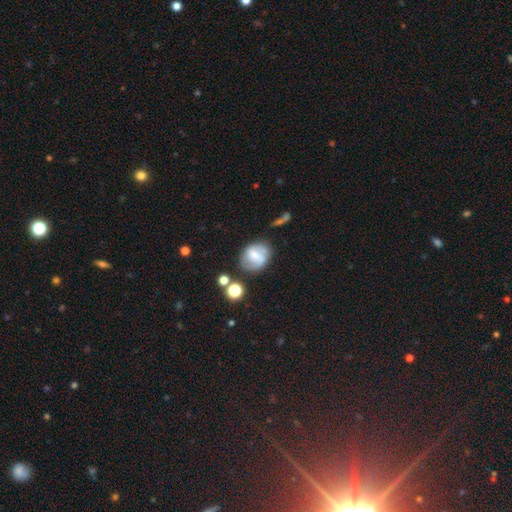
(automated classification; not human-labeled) A smooth galaxy with no disk features (46%). Merging: none (65%).